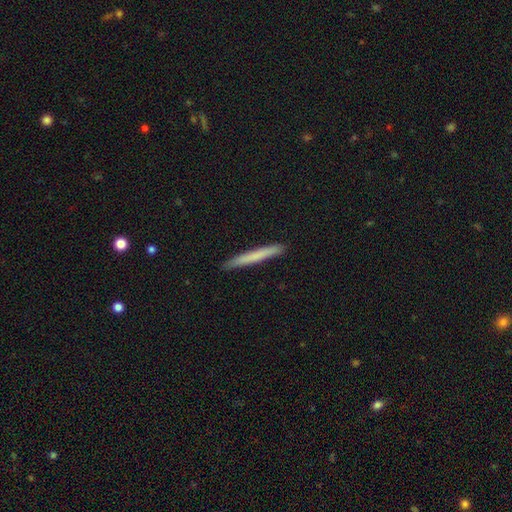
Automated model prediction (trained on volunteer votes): Smooth or featured? Predicted: smooth (p=0.70). How rounded? Predicted: cigar-shaped (p=0.97). Merging? Predicted: none (p=0.92).